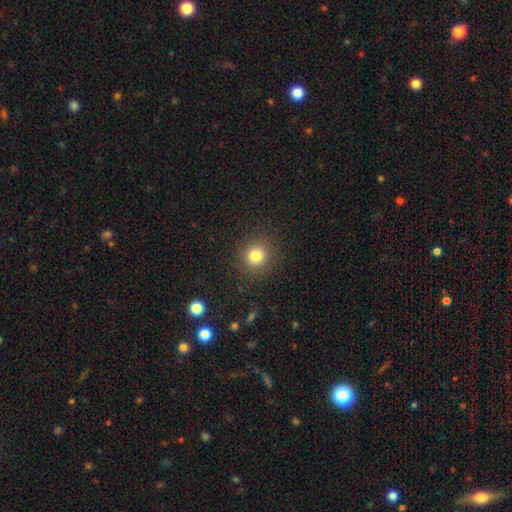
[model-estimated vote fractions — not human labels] Morphology: type=smooth (81%); roundness=round (89%); merging=none (89%).